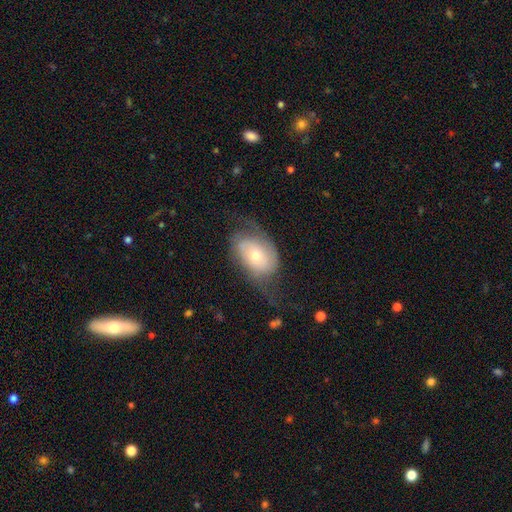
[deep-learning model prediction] Smooth or featured: featured or disk — 60% (smooth — 33%)
Edge-on disk: no — 94% (yes — 6%)
Bar: no — 71% (weak — 22%)
Spiral arms: yes — 80% (no — 20%)
Bulge size: moderate — 50% (small — 41%)
Merging: none — 49% (major disturbance — 26%)